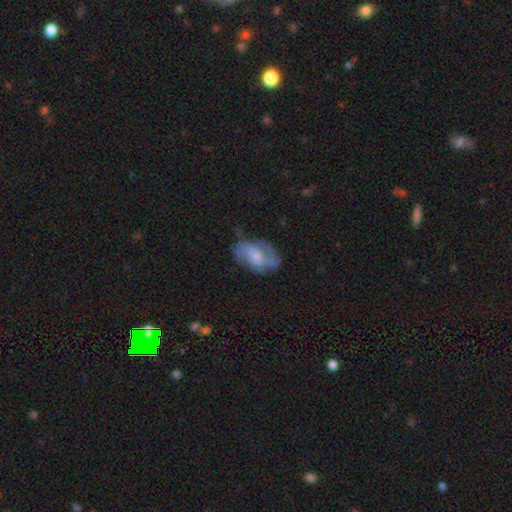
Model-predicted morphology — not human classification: A featured or disk galaxy (54%) with no bar (61%), spiral arms (72%) and a moderate central bulge (36%).

Vote fractions:
- Smooth or featured? featured or disk: 54% / smooth: 38% / star or artifact: 8%
- Edge-on disk? no: 96% / yes: 4%
- Bar? no: 61% / weak: 32% / strong: 7%
- Spiral arms? yes: 72% / no: 28%
- Bulge size? moderate: 36% / small: 30% / none: 18% / large: 14% / dominant: 2%
- Merging? none: 55% / minor disturbance: 26% / major disturbance: 16% / merger: 2%